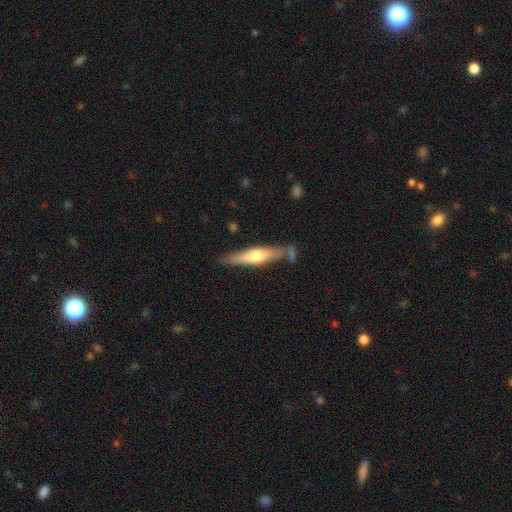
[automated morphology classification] Smooth or featured? featured or disk (50%)
Edge-on disk? yes (91%)
Merging? none (76%)